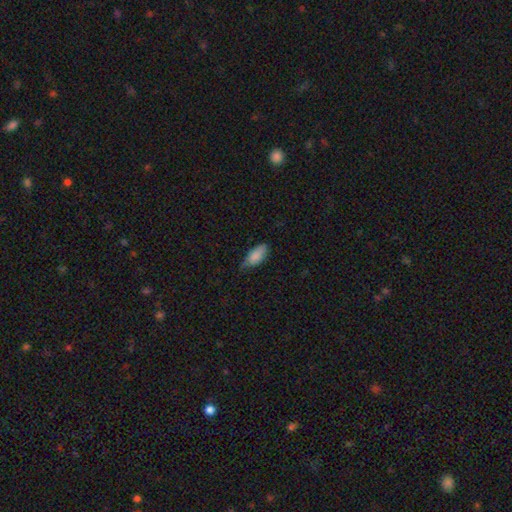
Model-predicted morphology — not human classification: Smooth or featured?
  - smooth: 85% *
  - featured or disk: 9%
  - star or artifact: 6%
How rounded?
  - in between: 85% *
  - cigar-shaped: 13%
  - round: 2%
Merging?
  - none: 61% *
  - minor disturbance: 33%
  - major disturbance: 5%
  - merger: 1%